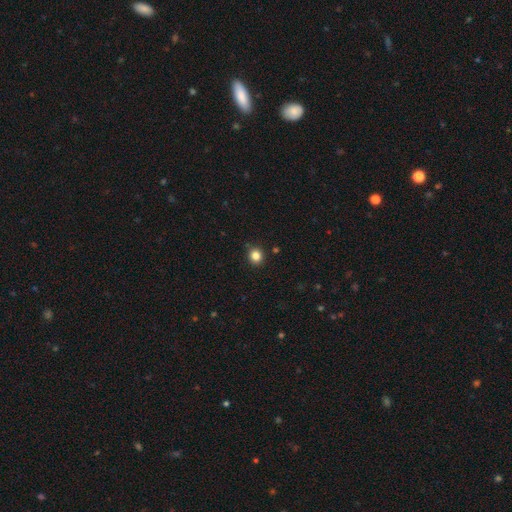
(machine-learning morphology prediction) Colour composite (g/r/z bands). It shows a smooth galaxy with no disk features (83%) that is round (88%). Merging: none (90%).